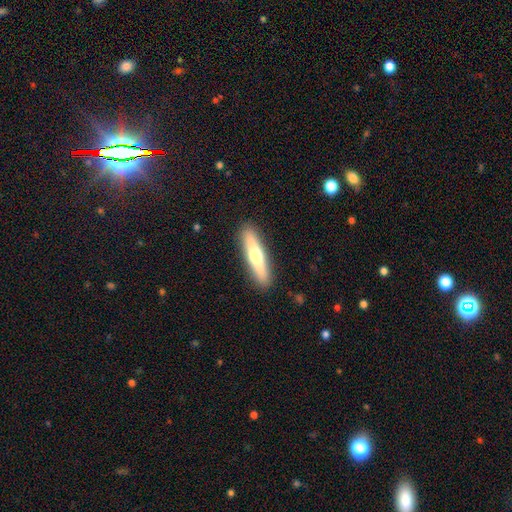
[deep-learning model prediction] smooth_or_featured: smooth (p=0.51) [alt: featured or disk p=0.44]
how_rounded: cigar-shaped (p=0.83) [alt: in between p=0.15]
merging: none (p=0.90) [alt: minor disturbance p=0.07]